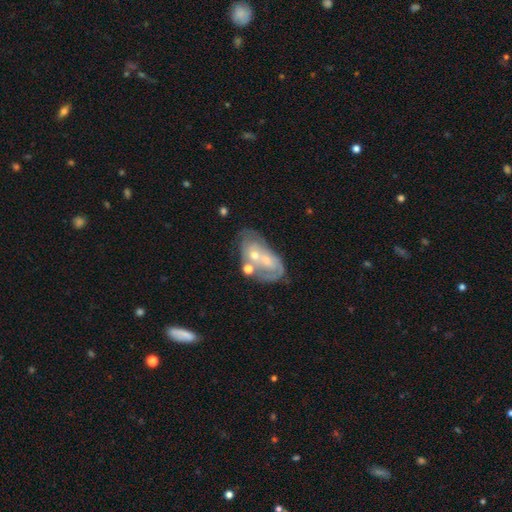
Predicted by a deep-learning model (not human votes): Q: Smooth or featured?
A: featured or disk (67%); runner-up: smooth (25%)
Q: Edge-on disk?
A: no (95%); runner-up: yes (5%)
Q: Bar?
A: no (74%); runner-up: weak (20%)
Q: Spiral arms?
A: yes (58%); runner-up: no (42%)
Q: Bulge size?
A: small (53%); runner-up: moderate (38%)
Q: Merging?
A: merger (43%); runner-up: none (28%)